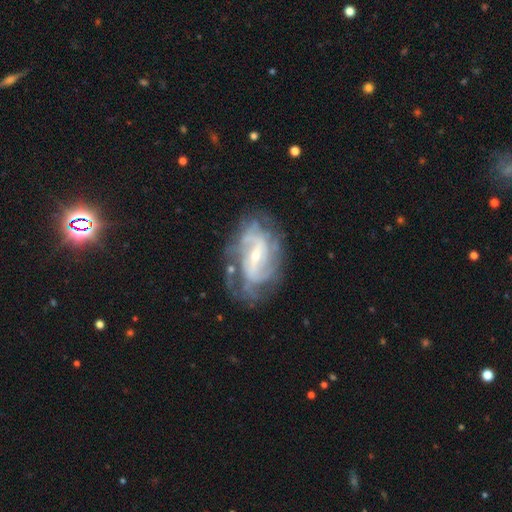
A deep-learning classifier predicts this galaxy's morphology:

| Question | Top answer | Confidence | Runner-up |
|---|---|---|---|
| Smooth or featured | featured or disk | 87% | smooth (7%) |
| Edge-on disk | no | 96% | yes (4%) |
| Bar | weak | 45% | strong (36%) |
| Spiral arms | yes | 94% | no (6%) |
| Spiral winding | tight | 44% | medium (41%) |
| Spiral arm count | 2 | 33% | can't tell (30%) |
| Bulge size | small | 68% | moderate (27%) |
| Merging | none | 64% | minor disturbance (21%) |